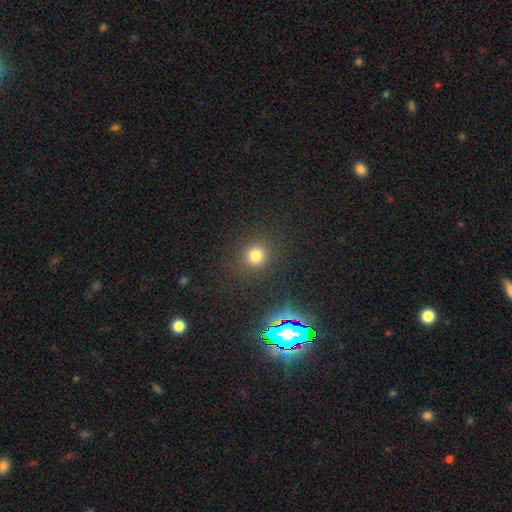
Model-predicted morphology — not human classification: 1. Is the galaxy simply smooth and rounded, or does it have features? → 76% smooth, 18% star or artifact, 5% featured or disk.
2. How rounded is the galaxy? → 90% round, 9% in between, 1% cigar-shaped.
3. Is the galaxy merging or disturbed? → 87% none, 7% minor disturbance, 3% major disturbance, 2% merger.